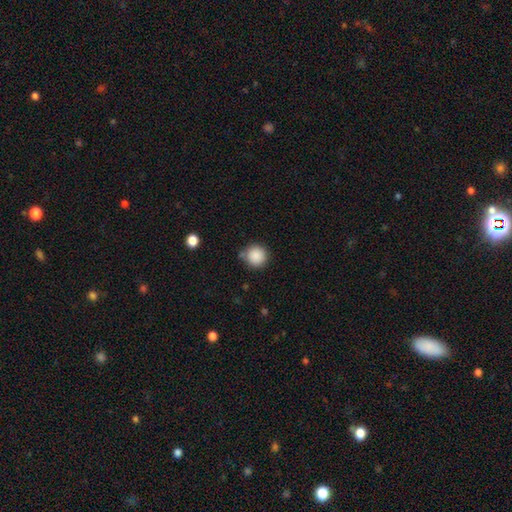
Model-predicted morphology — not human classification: The model was most divided on "merging": none: 77%, minor disturbance: 14%, merger: 5%, major disturbance: 4%. More confident: how rounded — round (94%); smooth or featured — smooth (88%).